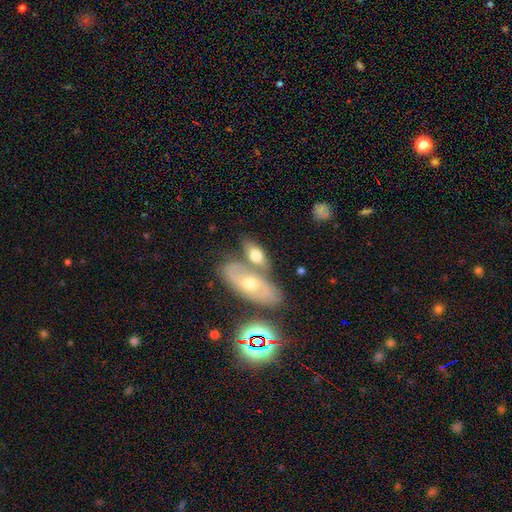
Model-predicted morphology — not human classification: smooth_or_featured: smooth (p=0.53) [alt: featured or disk p=0.40]
how_rounded: in between (p=0.83) [alt: cigar-shaped p=0.11]
merging: merger (p=0.44) [alt: none p=0.39]